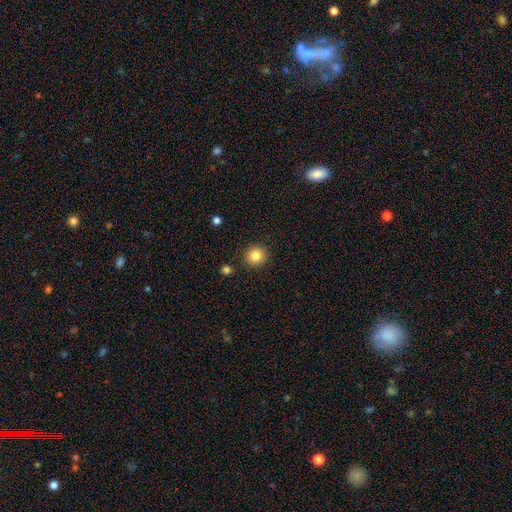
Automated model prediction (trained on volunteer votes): Q: Smooth or featured?
A: smooth (84%); runner-up: star or artifact (11%)
Q: How rounded?
A: round (93%); runner-up: in between (6%)
Q: Merging?
A: none (90%); runner-up: minor disturbance (6%)